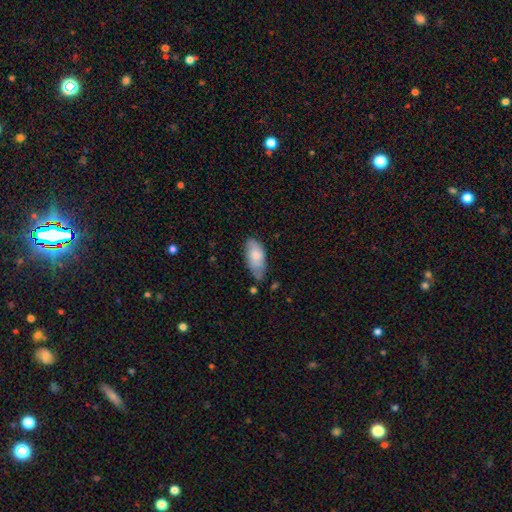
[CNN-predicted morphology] smooth-or-featured: smooth: 75% | featured or disk: 19% | star or artifact: 6%
  how-rounded: in between: 90% | cigar-shaped: 8% | round: 2%
  merging: none: 57% | minor disturbance: 32% | major disturbance: 7% | merger: 4%